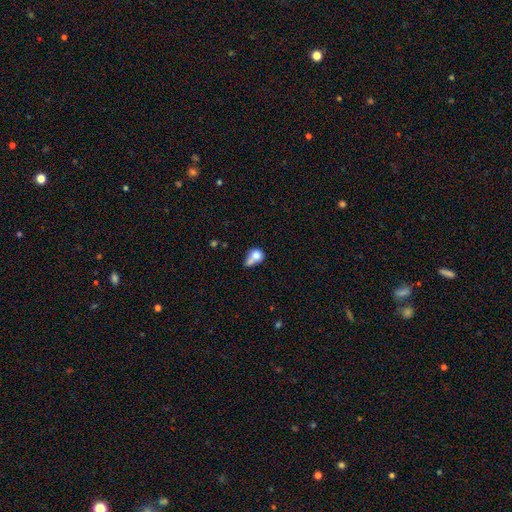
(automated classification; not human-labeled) smooth_or_featured: smooth (p=0.74) [alt: featured or disk p=0.17]
how_rounded: round (p=0.62) [alt: in between p=0.36]
merging: merger (p=0.53) [alt: none p=0.24]